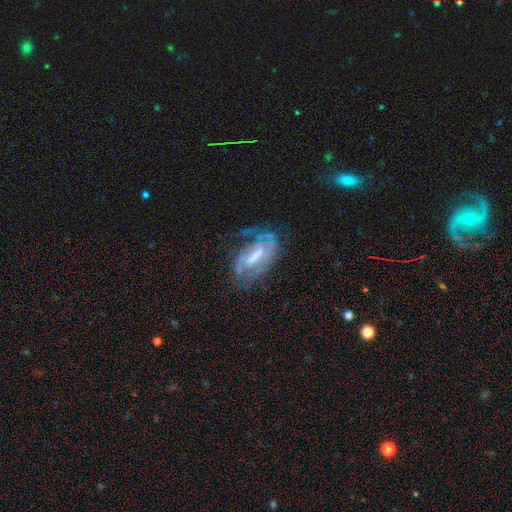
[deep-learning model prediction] smooth_or_featured: featured or disk (p=0.76) [alt: smooth p=0.16]
disk_edge_on: no (p=0.91) [alt: yes p=0.09]
bar: weak (p=0.43) [alt: strong p=0.38]
has_spiral_arms: yes (p=0.77) [alt: no p=0.23]
spiral_winding: tight (p=0.48) [alt: medium p=0.38]
spiral_arm_count: can't tell (p=0.41) [alt: 2 p=0.38]
bulge_size: moderate (p=0.41) [alt: small p=0.29]
merging: none (p=0.53) [alt: minor disturbance p=0.24]